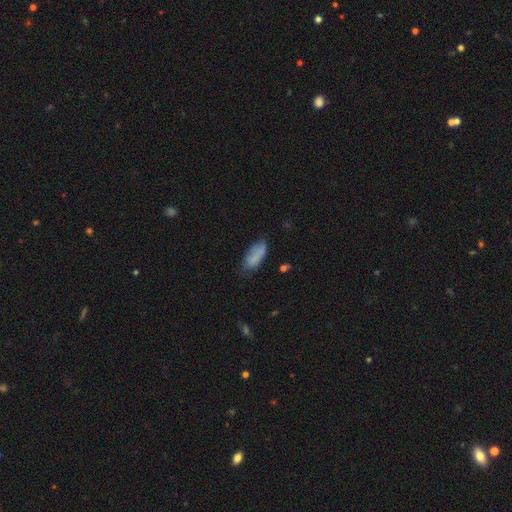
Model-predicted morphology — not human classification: smooth 79%, featured or disk 13%, star or artifact 8%. Down the decision tree: how rounded — in between (81%); merging — none (56%).